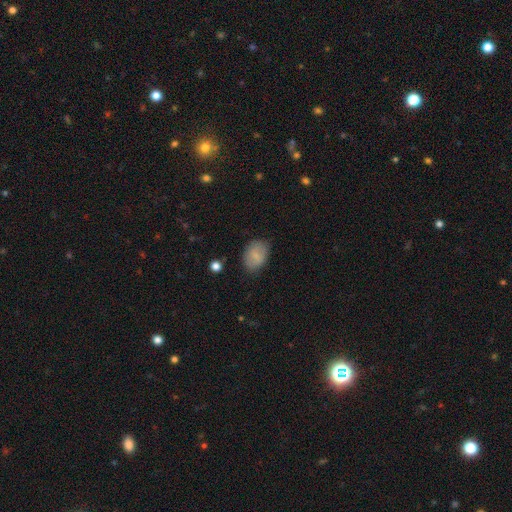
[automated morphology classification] Q: Smooth or featured?
A: smooth (79%); runner-up: featured or disk (14%)
Q: How rounded?
A: in between (80%); runner-up: round (19%)
Q: Merging?
A: none (79%); runner-up: minor disturbance (16%)